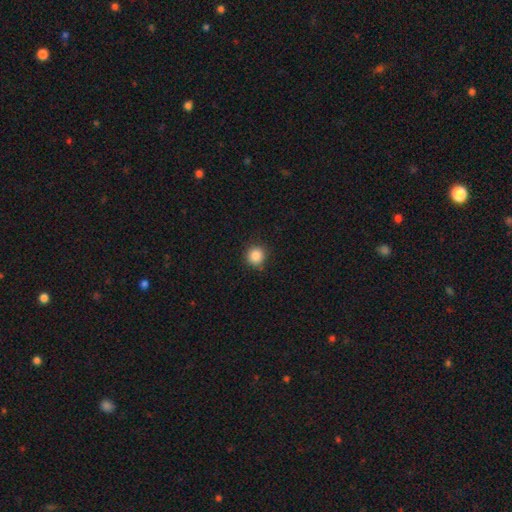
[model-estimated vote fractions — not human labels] This is clearly a smooth galaxy (86%). How rounded: clearly round (93%). Merging: clearly none (87%).